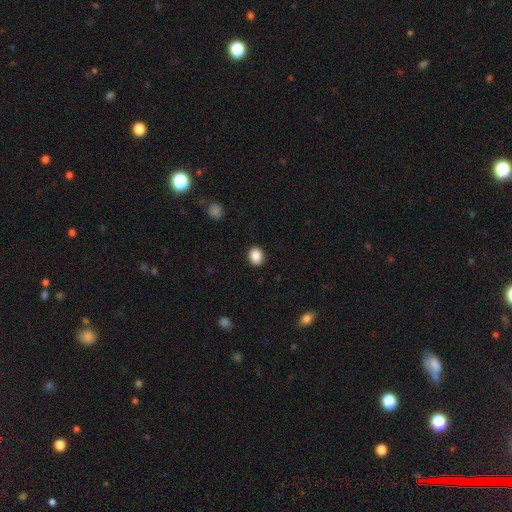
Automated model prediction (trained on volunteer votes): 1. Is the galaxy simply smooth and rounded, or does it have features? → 88% smooth, 9% star or artifact, 4% featured or disk.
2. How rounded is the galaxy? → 53% round, 46% in between, 1% cigar-shaped.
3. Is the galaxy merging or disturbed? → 90% none, 7% minor disturbance, 2% major disturbance, 1% merger.